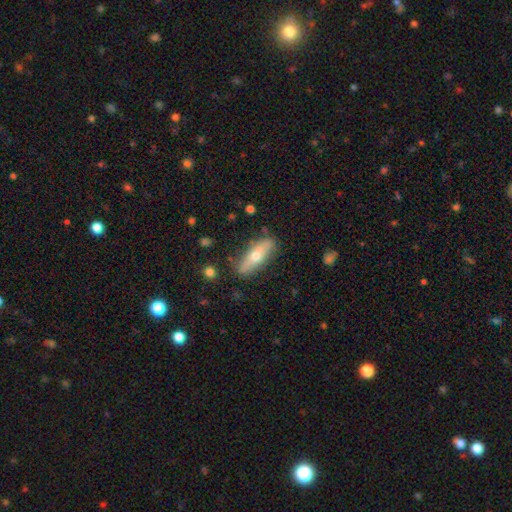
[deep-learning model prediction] Smooth or featured? Predicted: smooth (p=0.54). How rounded? Predicted: cigar-shaped (p=0.49). Merging? Predicted: none (p=0.82).